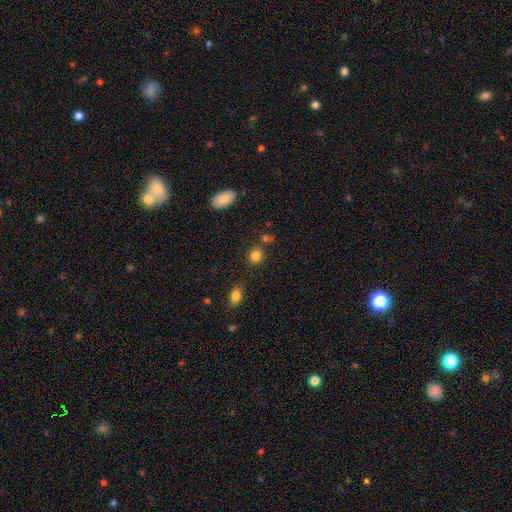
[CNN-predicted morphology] This is clearly a smooth galaxy (84%). How rounded: likely round (79%). Merging: likely none (77%).